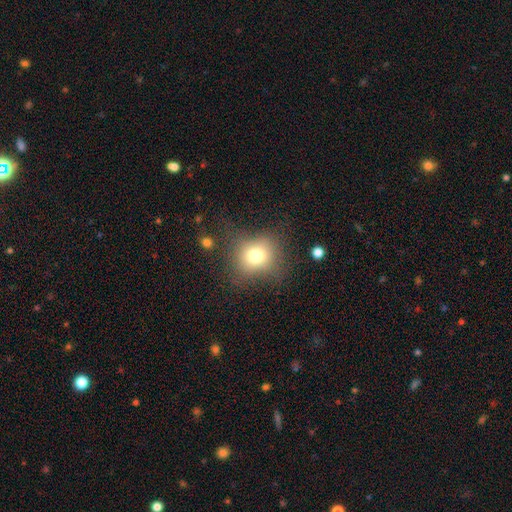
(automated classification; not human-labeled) Smooth or featured?
  - smooth: 73% *
  - star or artifact: 14%
  - featured or disk: 13%
How rounded?
  - round: 74% *
  - in between: 25%
  - cigar-shaped: 1%
Merging?
  - none: 68% *
  - minor disturbance: 18%
  - major disturbance: 11%
  - merger: 3%